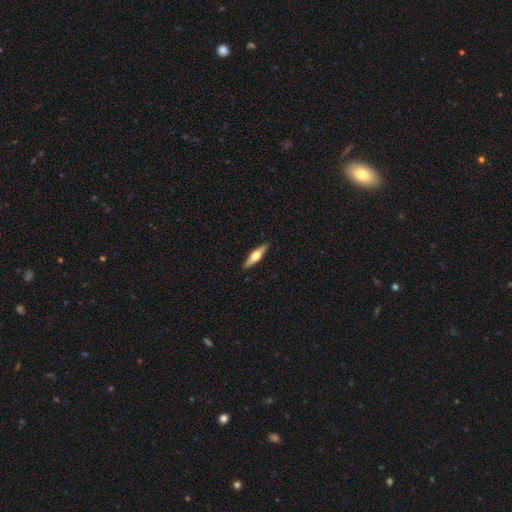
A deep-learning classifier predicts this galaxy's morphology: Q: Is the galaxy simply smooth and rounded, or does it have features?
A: featured or disk — 60%.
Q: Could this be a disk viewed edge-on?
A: yes — 96%.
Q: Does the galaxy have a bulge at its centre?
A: rounded — 95%.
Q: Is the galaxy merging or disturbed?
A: none — 91%.